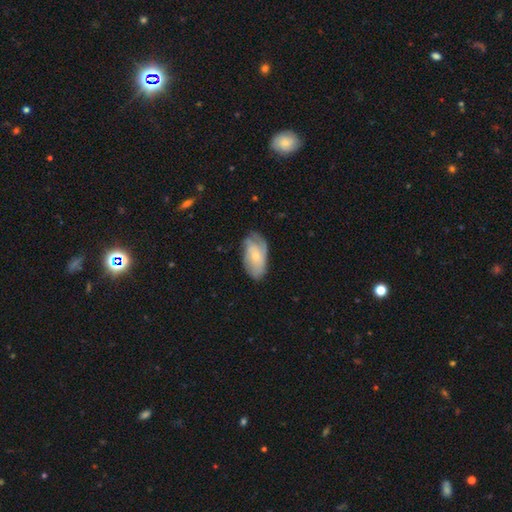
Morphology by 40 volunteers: Volunteers were most divided on "spiral winding": tight: 50%, medium: 44%, loose: 6%. Remaining: edge-on disk — no (92%); spiral arms — yes (82%); bar — no (68%); smooth or featured — featured or disk (60%); bulge size — moderate (59%); merging — none (42%); spiral arm count — can't tell (39%).